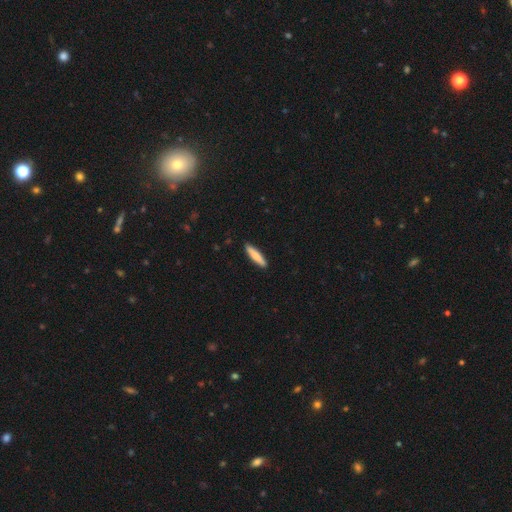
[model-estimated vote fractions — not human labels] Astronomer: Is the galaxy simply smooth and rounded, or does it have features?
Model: smooth — 77%.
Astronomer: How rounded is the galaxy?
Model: cigar-shaped — 83%.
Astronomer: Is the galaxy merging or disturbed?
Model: none — 90%.